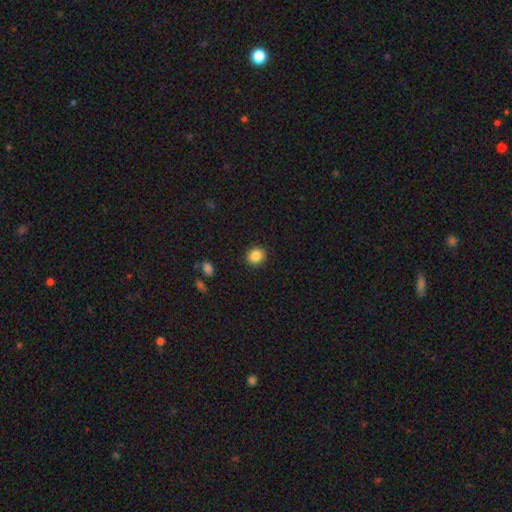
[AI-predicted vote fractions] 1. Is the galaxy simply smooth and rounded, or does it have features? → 86% smooth, 9% star or artifact, 4% featured or disk.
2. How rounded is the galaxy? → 75% round, 24% in between, 1% cigar-shaped.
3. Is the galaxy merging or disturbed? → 91% none, 6% minor disturbance, 2% major disturbance, 1% merger.